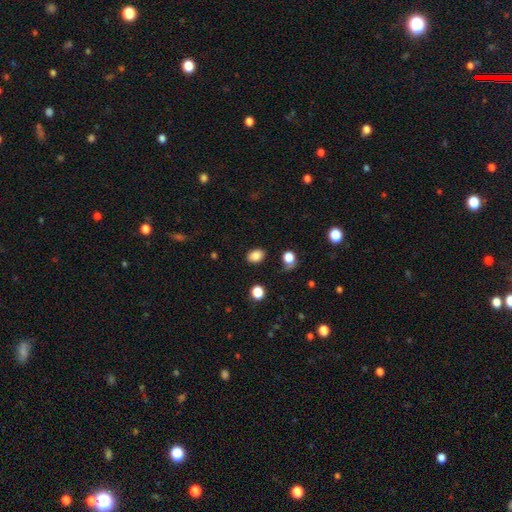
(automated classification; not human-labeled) Overall: smooth (85%). How rounded: in between (70%). Merging: none (83%).